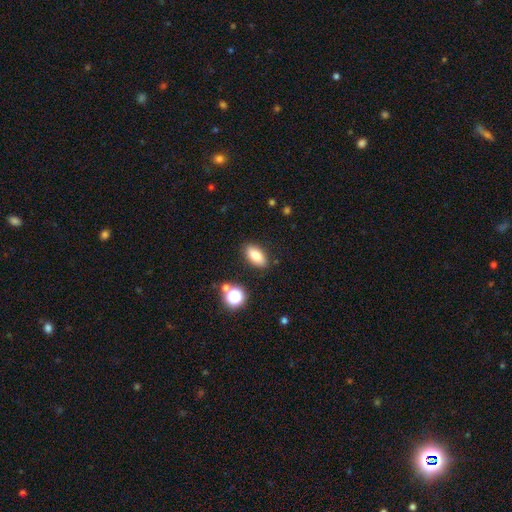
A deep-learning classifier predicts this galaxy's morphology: Smooth or featured? Predicted: smooth (p=0.79). How rounded? Predicted: in between (p=0.85). Merging? Predicted: none (p=0.85).